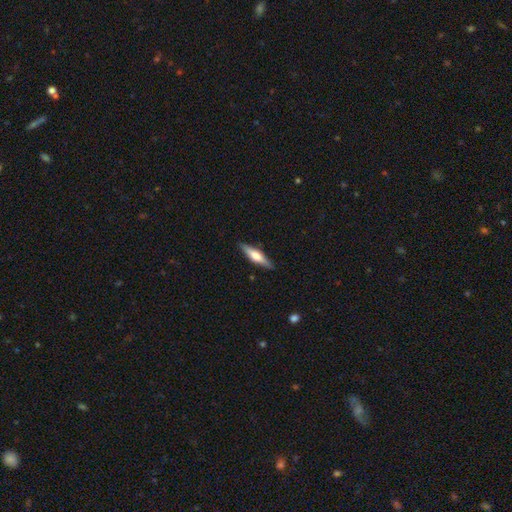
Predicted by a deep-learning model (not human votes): A featured or disk galaxy (55%) viewed edge-on (96%) with a rounded central bulge (84%). Merging: none (89%).